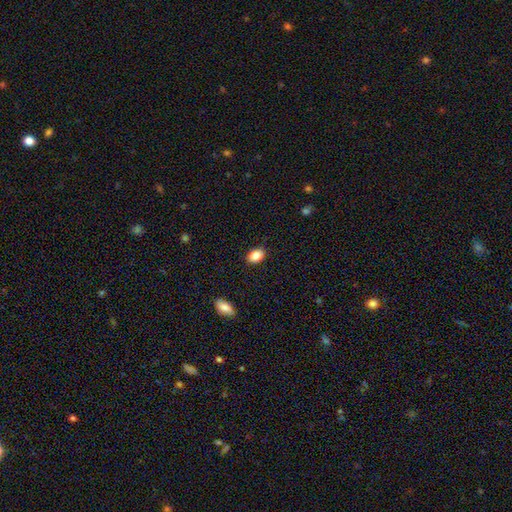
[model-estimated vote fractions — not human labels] Smooth or featured: smooth — 86% (star or artifact — 8%)
How rounded: in between — 81% (round — 18%)
Merging: none — 88% (minor disturbance — 9%)